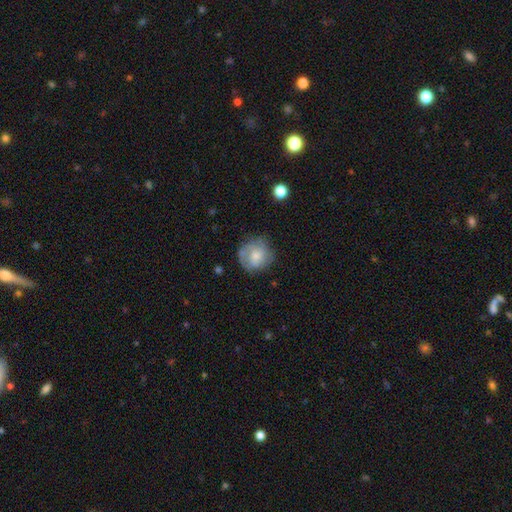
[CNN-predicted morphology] smooth_or_featured: smooth (p=0.58) [alt: featured or disk p=0.34]
how_rounded: round (p=0.86) [alt: in between p=0.13]
merging: none (p=0.67) [alt: minor disturbance p=0.22]